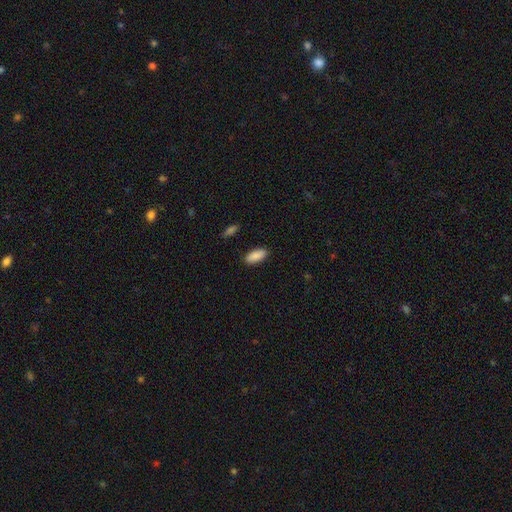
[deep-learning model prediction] A smooth galaxy with no disk features (88%) that is in between round and cigar-shaped (84%). Merging: none (88%).